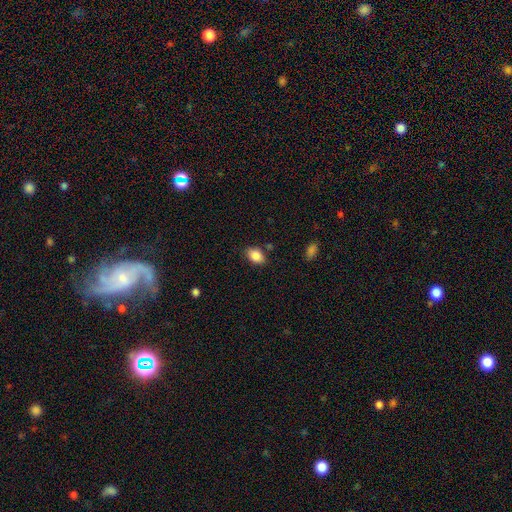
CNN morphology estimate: type=smooth (86%); roundness=in between (82%); merging=none (80%).